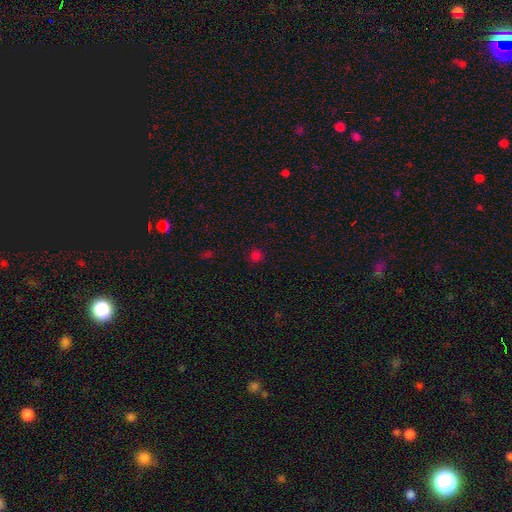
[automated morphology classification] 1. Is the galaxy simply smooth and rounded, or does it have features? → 74% smooth, 22% star or artifact, 4% featured or disk.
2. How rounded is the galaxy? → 91% round, 8% in between, 1% cigar-shaped.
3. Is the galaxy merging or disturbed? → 88% none, 7% minor disturbance, 2% major disturbance, 2% merger.